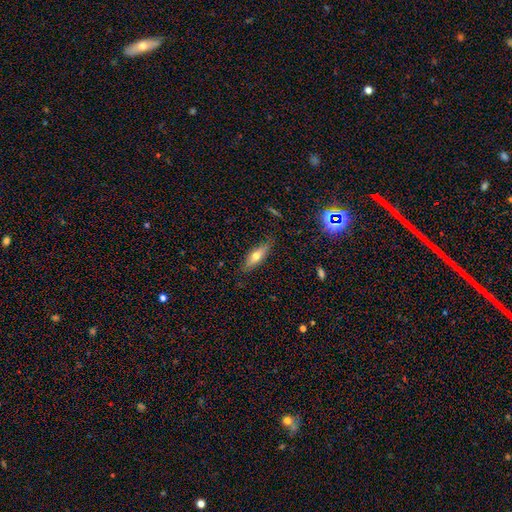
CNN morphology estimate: type=smooth (60%); roundness=in between (49%); merging=none (83%).